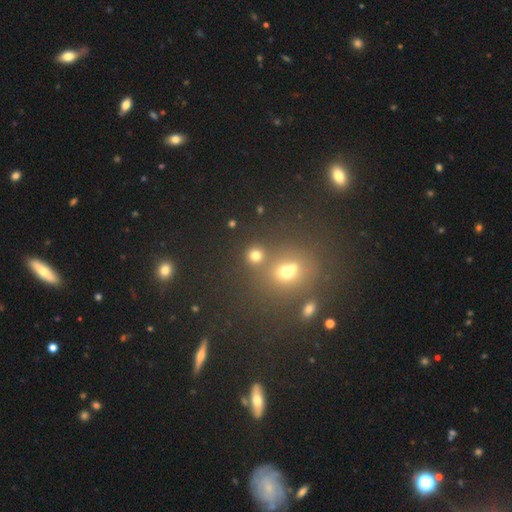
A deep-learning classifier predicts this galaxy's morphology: A smooth galaxy with no disk features (74%) that is round (89%).

Vote fractions:
- Smooth or featured? smooth: 74% / star or artifact: 20% / featured or disk: 6%
- How rounded? round: 89% / in between: 10% / cigar-shaped: 1%
- Merging? none: 73% / merger: 17% / minor disturbance: 7% / major disturbance: 4%